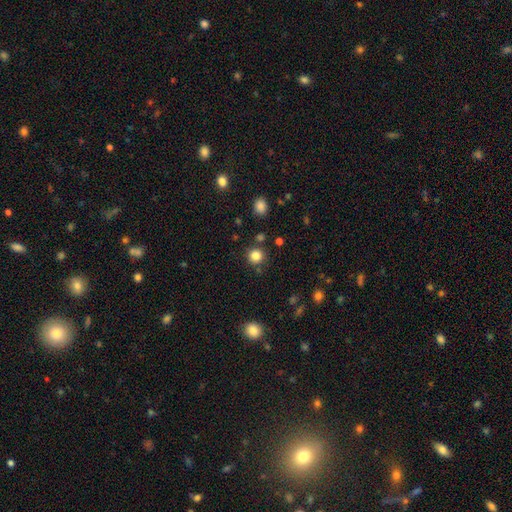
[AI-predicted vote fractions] smooth-or-featured: smooth: 83% | star or artifact: 12% | featured or disk: 5%
  how-rounded: round: 92% | in between: 7% | cigar-shaped: 1%
  merging: none: 84% | minor disturbance: 8% | merger: 5% | major disturbance: 3%